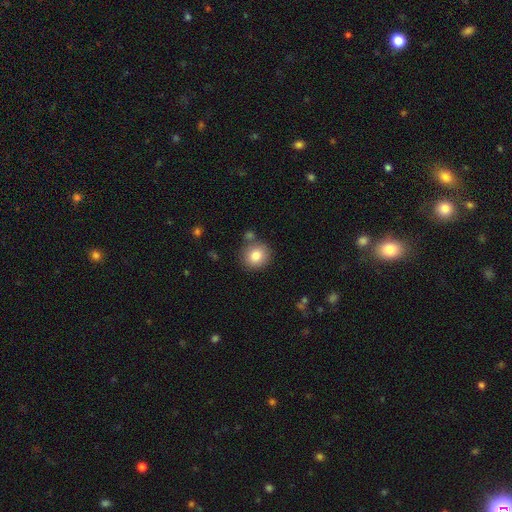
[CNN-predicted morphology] A smooth galaxy with no disk features (82%) that is round (87%). Merging: none (78%).